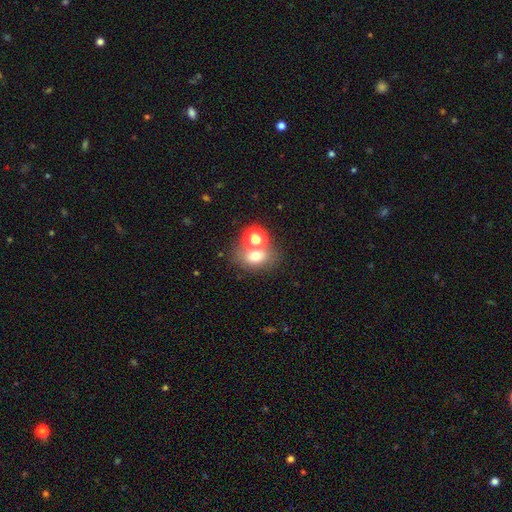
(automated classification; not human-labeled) Smooth or featured? smooth (67%)
How rounded? in between (61%)
Merging? none (51%)